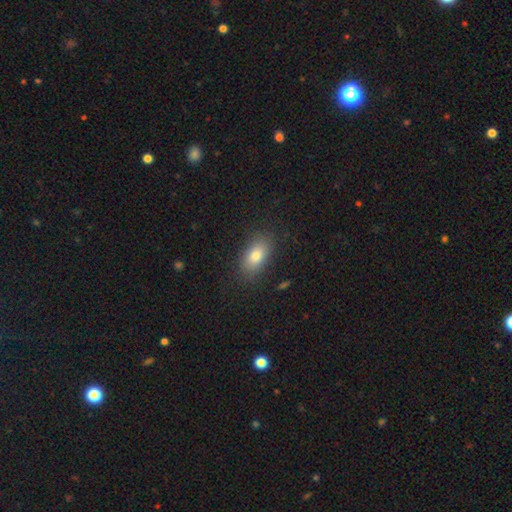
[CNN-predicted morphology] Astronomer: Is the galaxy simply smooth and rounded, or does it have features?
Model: smooth — 80%.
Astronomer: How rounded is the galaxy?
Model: in between — 88%.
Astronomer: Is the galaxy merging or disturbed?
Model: none — 86%.